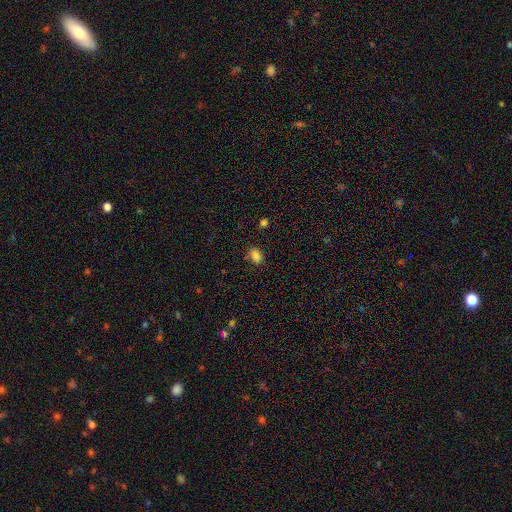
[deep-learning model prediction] This is clearly a smooth galaxy (83%). How rounded: clearly in between (80%). Merging: clearly none (82%).